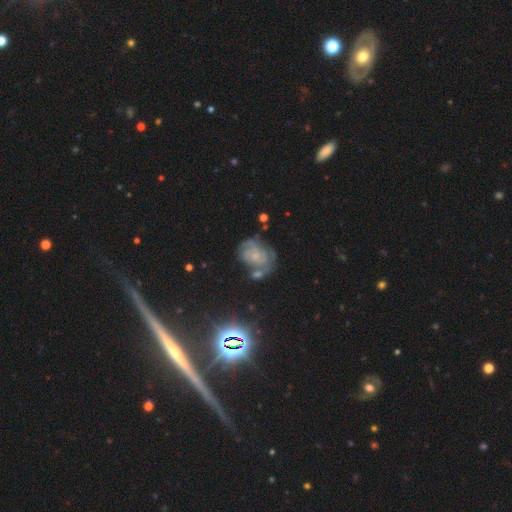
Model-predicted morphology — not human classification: type=featured or disk (63%); edge-on=no (97%); bar=no (75%); spiral arms=yes (81%); bulge=small (70%); merging=none (49%).